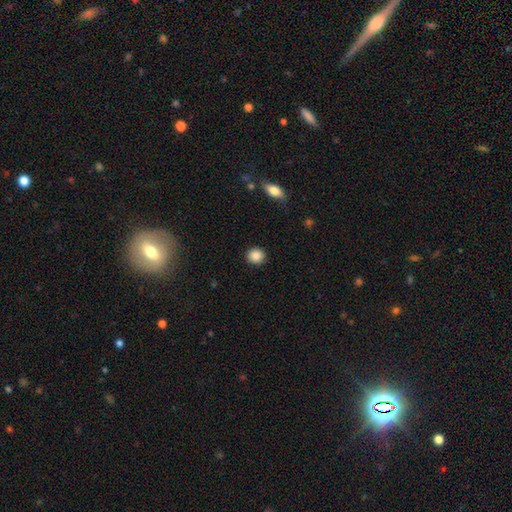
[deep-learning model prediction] smooth 87%, star or artifact 9%, featured or disk 4%. Down the decision tree: how rounded — round (89%); merging — none (91%).